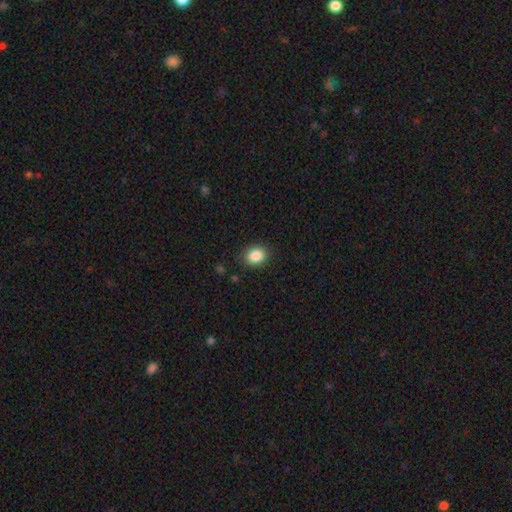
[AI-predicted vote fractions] Overall: smooth (86%). How rounded: round (61%; in between 38%). Merging: none (87%).